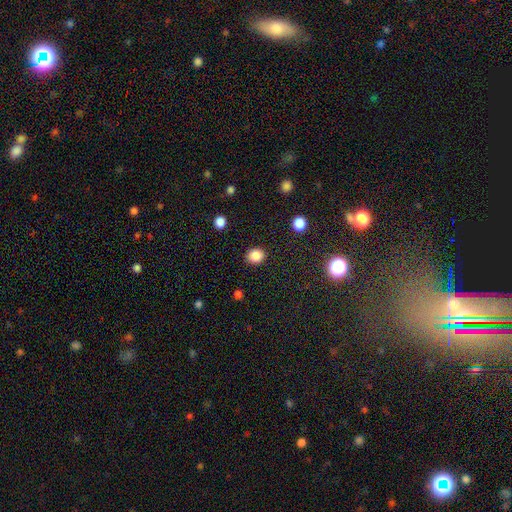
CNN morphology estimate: This is clearly a smooth galaxy (86%). How rounded: likely round (72%). Merging: clearly none (89%).